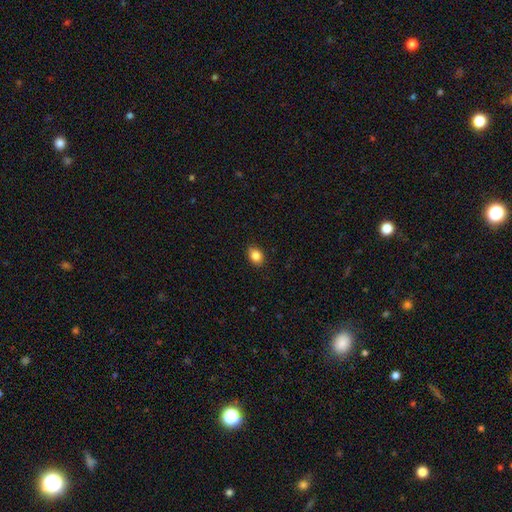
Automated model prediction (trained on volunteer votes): Smooth or featured?
  - smooth: 86% *
  - star or artifact: 9%
  - featured or disk: 5%
How rounded?
  - in between: 63% *
  - round: 36%
  - cigar-shaped: 1%
Merging?
  - none: 88% *
  - minor disturbance: 9%
  - major disturbance: 2%
  - merger: 1%